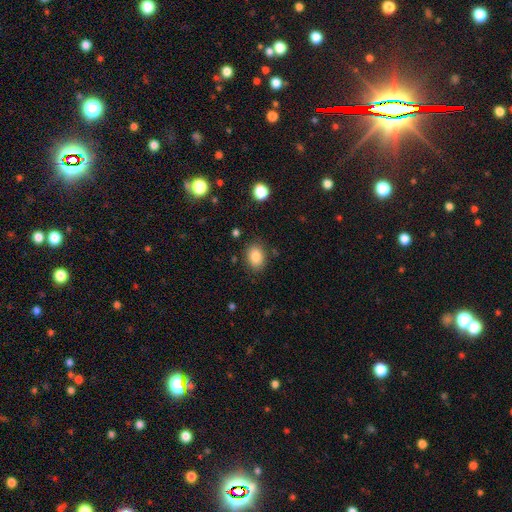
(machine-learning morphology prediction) Smooth or featured? Predicted: smooth (p=0.85). How rounded? Predicted: in between (p=0.72). Merging? Predicted: none (p=0.84).